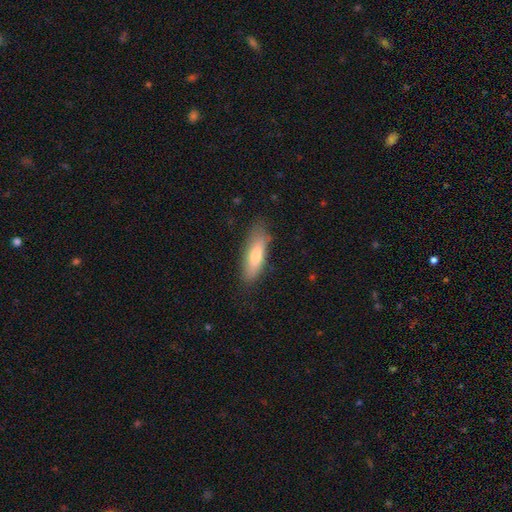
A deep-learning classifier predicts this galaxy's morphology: This appears to be a smooth galaxy with no disk features (75%) that is cigar-shaped (52%). Merging: none (77%).